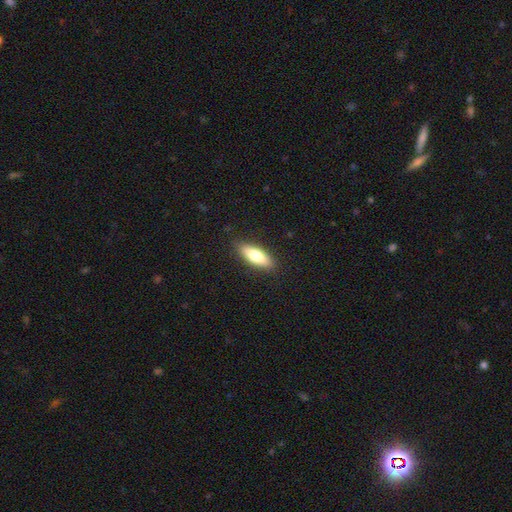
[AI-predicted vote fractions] smooth 74%, featured or disk 20%, star or artifact 6%. Down the decision tree: how rounded — in between (58%); merging — none (88%).